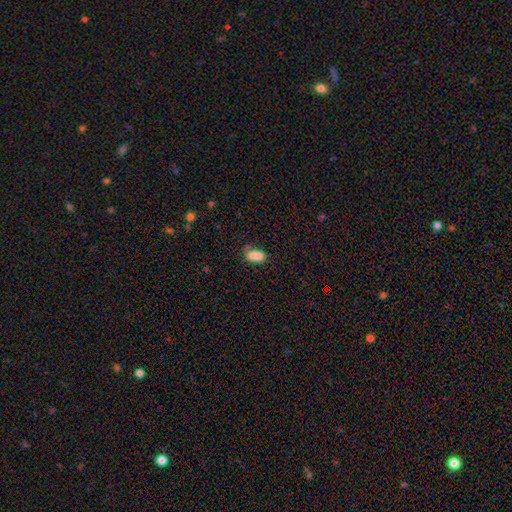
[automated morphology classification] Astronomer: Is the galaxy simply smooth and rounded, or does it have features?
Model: smooth — 79%.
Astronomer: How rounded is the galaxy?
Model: in between — 84%.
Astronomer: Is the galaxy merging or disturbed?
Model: none — 40% (runner-up: merger, 30%).